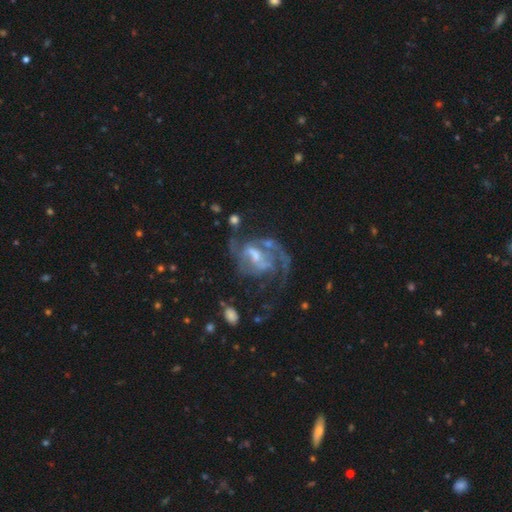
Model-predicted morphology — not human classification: Overall: featured or disk (85%). Edge-on disk: no (97%). Bar: weak (51%; no 26%). Spiral arms: yes (91%). Spiral arm count: 2 (57%). Spiral winding: medium (50%; loose 27%). Bulge size: moderate (41%; small 40%). Merging: none (44%; major disturbance 31%).